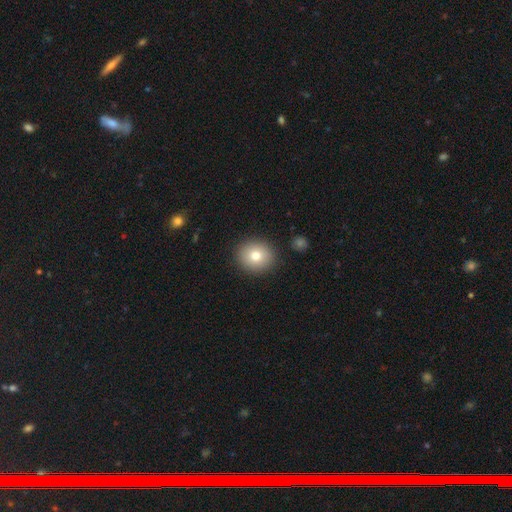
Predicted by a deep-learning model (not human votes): smooth-or-featured: smooth: 77% | featured or disk: 12% | star or artifact: 10%
  how-rounded: round: 81% | in between: 19% | cigar-shaped: 1%
  merging: none: 89% | minor disturbance: 7% | major disturbance: 2% | merger: 2%